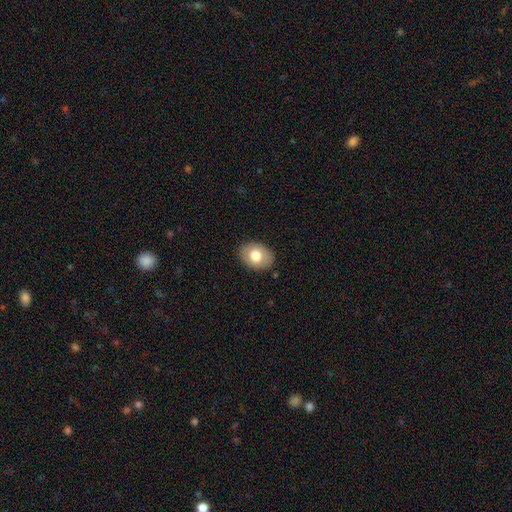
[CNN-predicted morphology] This is likely a smooth galaxy (75%). How rounded: likely in between (72%). Merging: clearly none (87%).